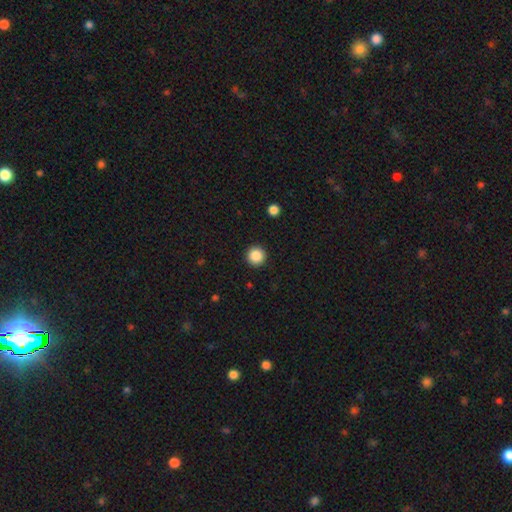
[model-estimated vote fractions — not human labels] A smooth galaxy with no disk features (87%) that is round (96%).

Vote fractions:
- Smooth or featured? smooth: 87% / star or artifact: 10% / featured or disk: 3%
- How rounded? round: 96% / in between: 3% / cigar-shaped: 1%
- Merging? none: 93% / minor disturbance: 4% / major disturbance: 2% / merger: 1%